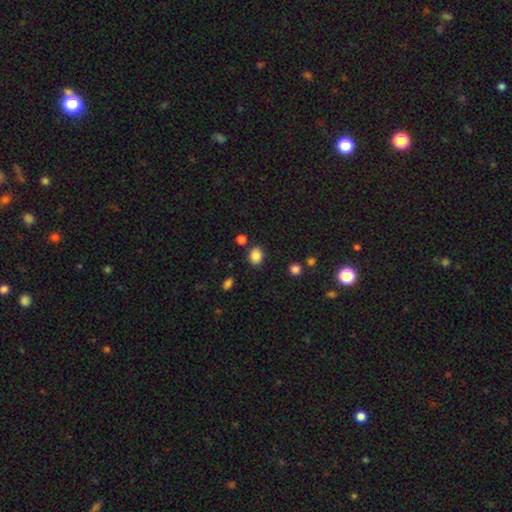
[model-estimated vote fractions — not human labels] Smooth or featured: smooth — 85% (star or artifact — 10%)
How rounded: in between — 55% (round — 44%)
Merging: none — 81% (minor disturbance — 11%)